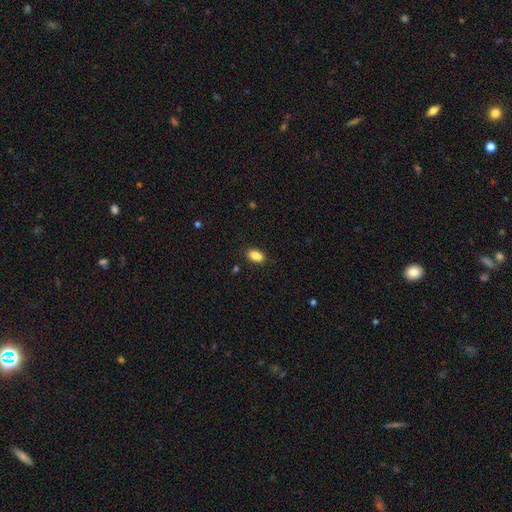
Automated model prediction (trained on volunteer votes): Smooth or featured? Predicted: smooth (p=0.86). How rounded? Predicted: in between (p=0.90). Merging? Predicted: none (p=0.88).